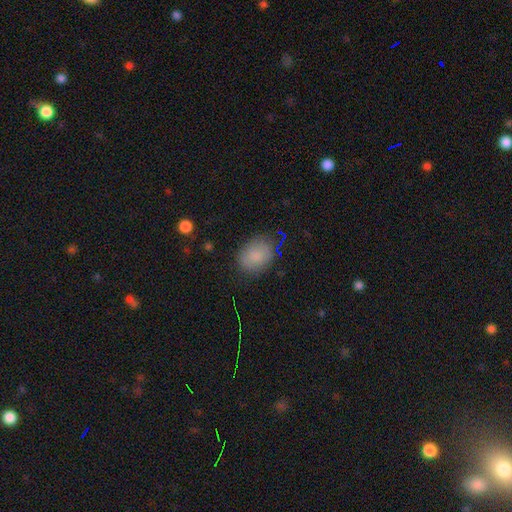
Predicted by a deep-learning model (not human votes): A smooth galaxy with no disk features (83%) that is in between round and cigar-shaped (66%). Merging: none (80%).